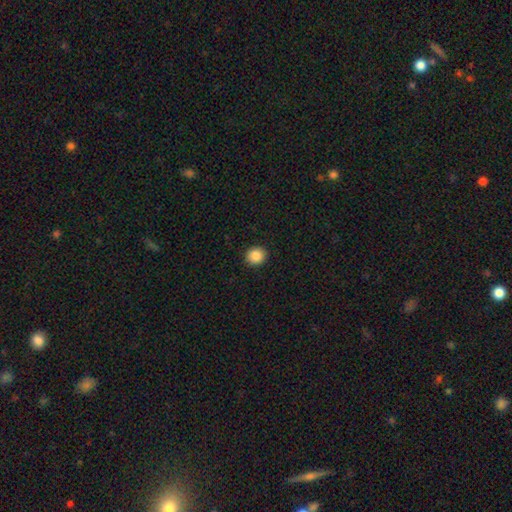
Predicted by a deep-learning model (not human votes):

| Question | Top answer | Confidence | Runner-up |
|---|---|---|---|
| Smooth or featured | smooth | 87% | star or artifact (9%) |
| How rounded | round | 82% | in between (17%) |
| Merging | none | 91% | minor disturbance (6%) |